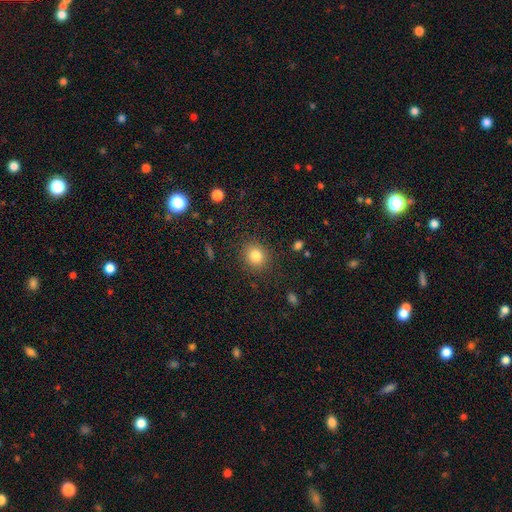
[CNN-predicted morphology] type=smooth (82%); roundness=round (82%); merging=none (88%).